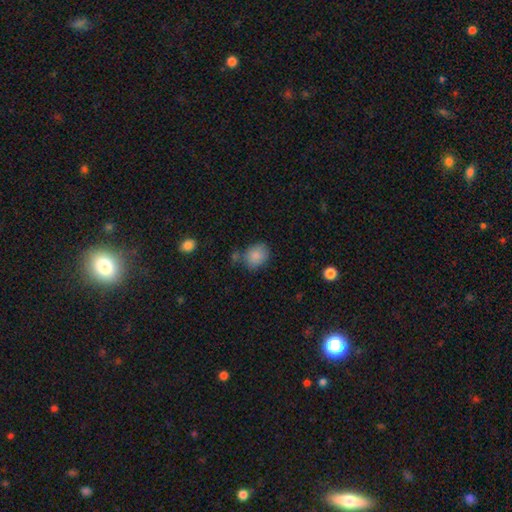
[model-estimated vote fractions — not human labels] This is clearly a smooth galaxy (87%). How rounded: possibly in between (52%). Merging: likely none (68%).